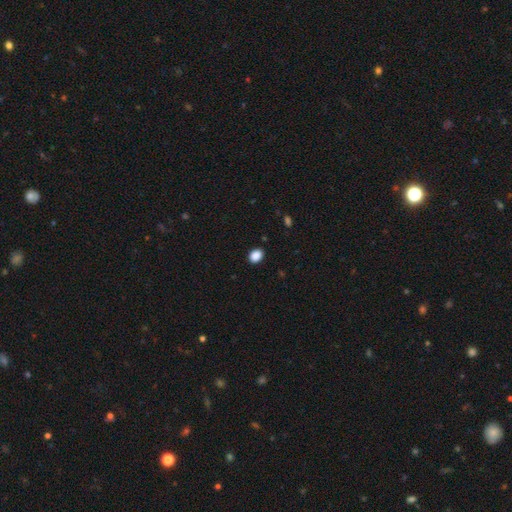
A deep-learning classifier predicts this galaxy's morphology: type=smooth (89%); roundness=in between (64%); merging=none (89%).